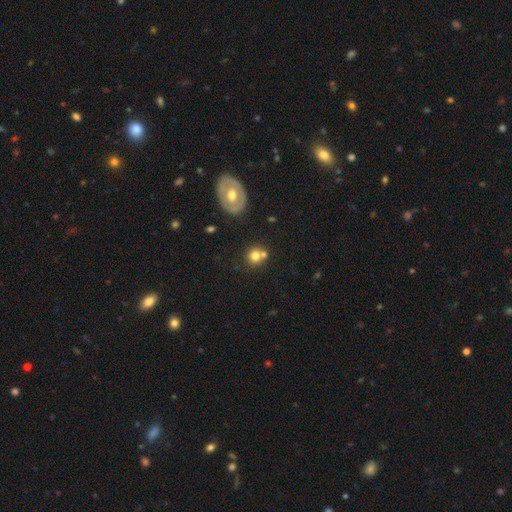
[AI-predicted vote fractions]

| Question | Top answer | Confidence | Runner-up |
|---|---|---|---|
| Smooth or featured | smooth | 73% | featured or disk (15%) |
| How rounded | round | 87% | in between (12%) |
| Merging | none | 57% | merger (31%) |